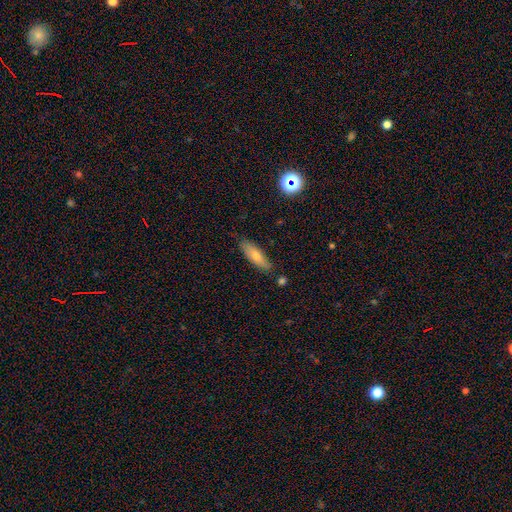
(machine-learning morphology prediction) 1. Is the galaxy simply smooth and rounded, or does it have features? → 76% smooth, 18% featured or disk, 7% star or artifact.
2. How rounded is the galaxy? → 49% in between (tied), 49% cigar-shaped (tied), 2% round.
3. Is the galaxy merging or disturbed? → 79% none, 15% minor disturbance, 3% merger, 3% major disturbance.